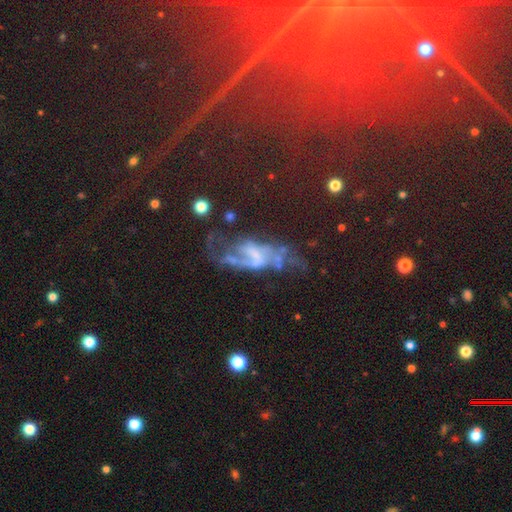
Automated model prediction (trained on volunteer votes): smooth-or-featured: featured or disk: 60% | star or artifact: 22% | smooth: 19%
  disk-edge-on: no: 90% | yes: 10%
    bar: no: 53% | weak: 30% | strong: 17%
    has-spiral-arms: yes: 58% | no: 42%
    bulge-size: none: 51% | small: 23% | moderate: 18% | large: 6% | dominant: 2%
  merging: major disturbance: 43% | none: 29% | minor disturbance: 19% | merger: 10%